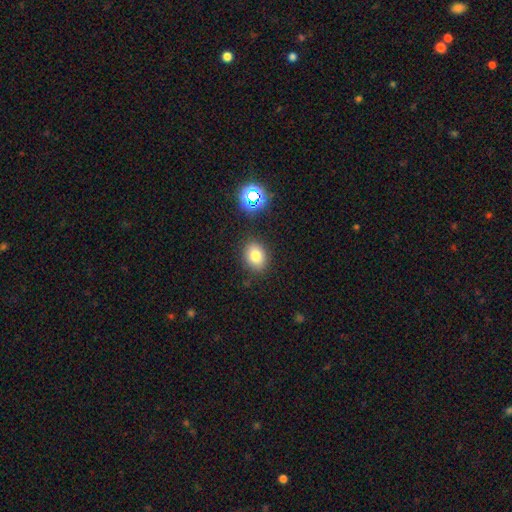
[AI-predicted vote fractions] smooth-or-featured: smooth: 77% | star or artifact: 14% | featured or disk: 9%
  how-rounded: in between: 54% | round: 45% | cigar-shaped: 1%
  merging: none: 84% | minor disturbance: 10% | major disturbance: 3% | merger: 3%